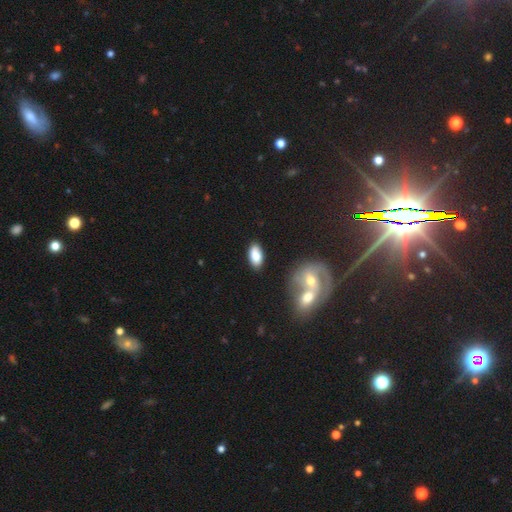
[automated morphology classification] smooth-or-featured: smooth: 82% | featured or disk: 11% | star or artifact: 7%
  how-rounded: in between: 93% | cigar-shaped: 3% | round: 3%
  merging: none: 79% | minor disturbance: 13% | merger: 6% | major disturbance: 3%